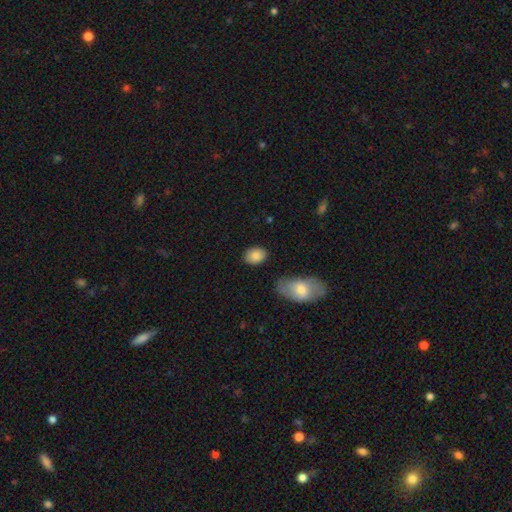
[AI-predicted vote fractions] smooth_or_featured: smooth (p=0.86) [alt: featured or disk p=0.07]
how_rounded: in between (p=0.75) [alt: round p=0.24]
merging: none (p=0.82) [alt: minor disturbance p=0.12]